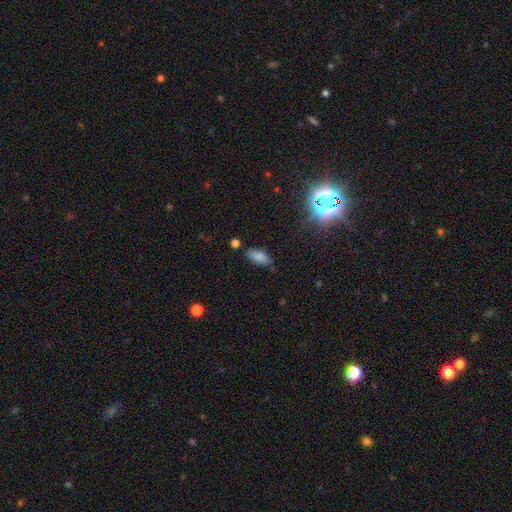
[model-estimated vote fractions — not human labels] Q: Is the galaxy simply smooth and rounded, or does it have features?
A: smooth — 70%.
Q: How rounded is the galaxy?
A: in between — 82%.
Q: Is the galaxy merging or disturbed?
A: none — 76%.